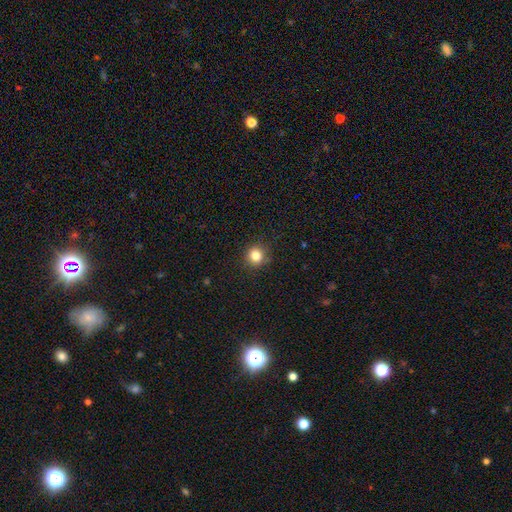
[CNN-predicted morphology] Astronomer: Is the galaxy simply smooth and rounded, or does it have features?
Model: smooth — 82%.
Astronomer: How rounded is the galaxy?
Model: round — 93%.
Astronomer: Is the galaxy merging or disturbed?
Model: none — 89%.